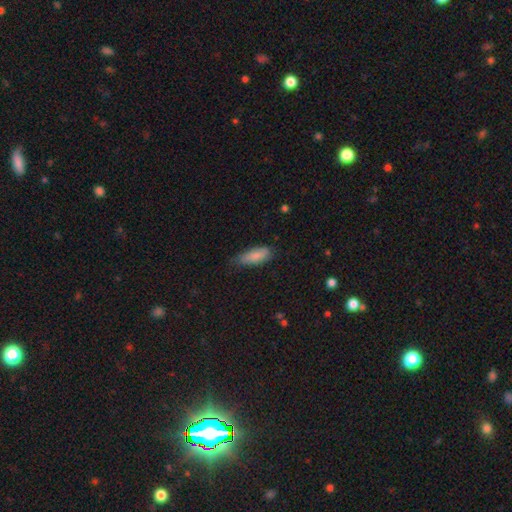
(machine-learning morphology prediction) Q: Smooth or featured?
A: smooth (84%); runner-up: featured or disk (10%)
Q: How rounded?
A: in between (70%); runner-up: cigar-shaped (28%)
Q: Merging?
A: none (61%); runner-up: minor disturbance (31%)